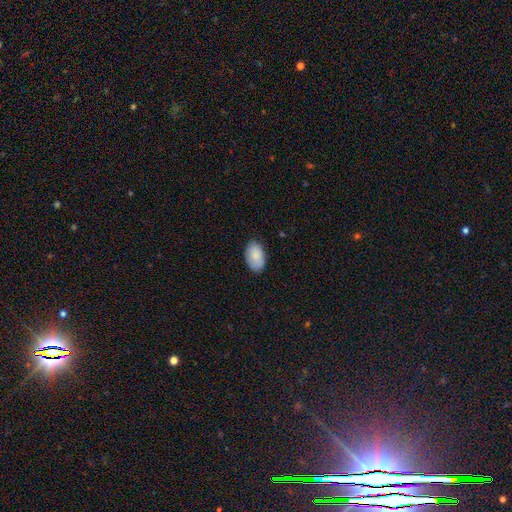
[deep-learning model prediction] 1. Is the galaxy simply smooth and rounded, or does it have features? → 85% smooth, 9% featured or disk, 6% star or artifact.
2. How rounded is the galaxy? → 93% in between, 6% round, 1% cigar-shaped.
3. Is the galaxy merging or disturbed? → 83% none, 14% minor disturbance, 2% major disturbance, 1% merger.